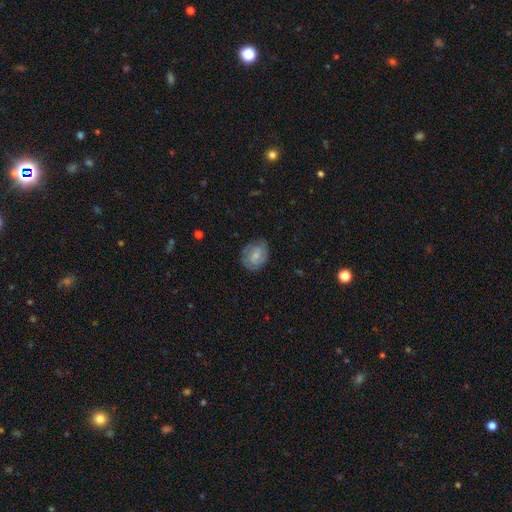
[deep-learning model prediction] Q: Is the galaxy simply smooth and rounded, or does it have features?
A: smooth — 65%.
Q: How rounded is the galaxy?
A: in between — 51%.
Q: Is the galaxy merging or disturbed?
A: none — 73%.